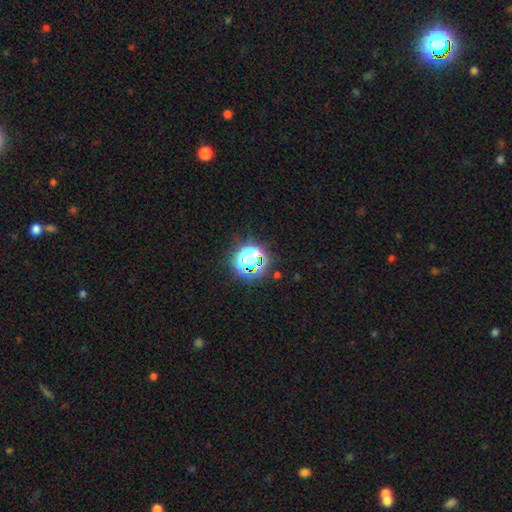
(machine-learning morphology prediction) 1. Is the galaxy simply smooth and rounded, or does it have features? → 51% star or artifact, 37% smooth, 12% featured or disk.